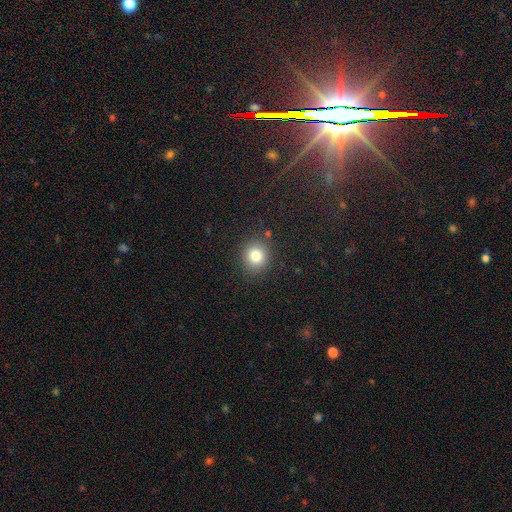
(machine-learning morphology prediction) This is clearly a smooth galaxy (81%). How rounded: clearly round (85%). Merging: clearly none (87%).